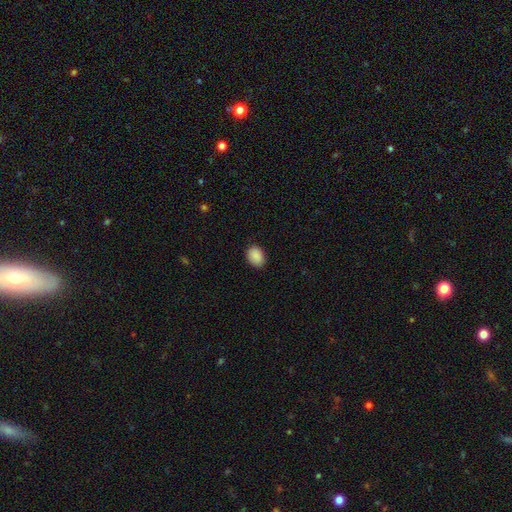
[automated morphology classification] smooth 90%, star or artifact 7%, featured or disk 3%. Down the decision tree: how rounded — in between (70%); merging — none (87%).